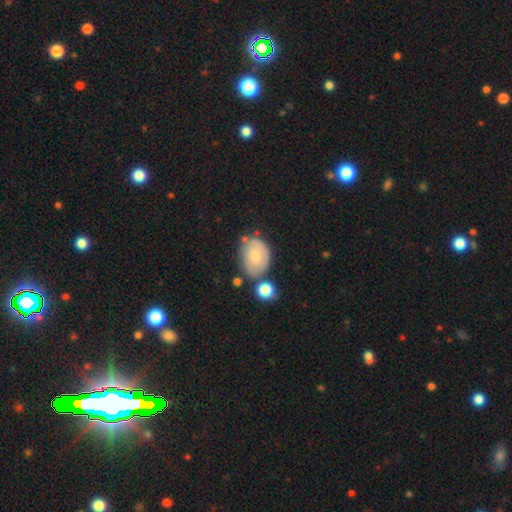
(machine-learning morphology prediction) The model was most divided on "merging": none: 57%, minor disturbance: 24%, merger: 12%, major disturbance: 7%. More confident: how rounded — in between (72%); smooth or featured — smooth (63%).